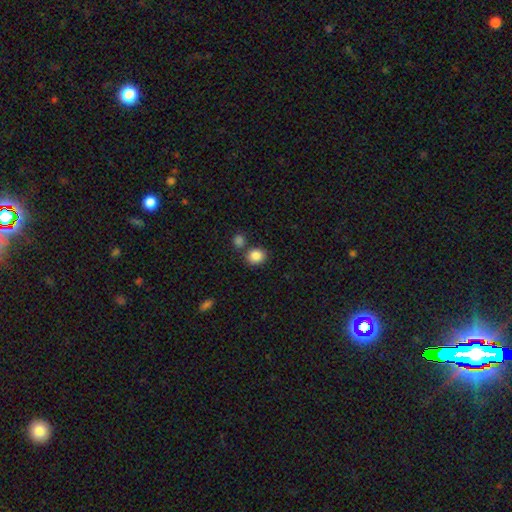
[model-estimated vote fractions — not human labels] This appears to be a smooth galaxy with no disk features (86%) that is round (73%). Merging: none (71%).